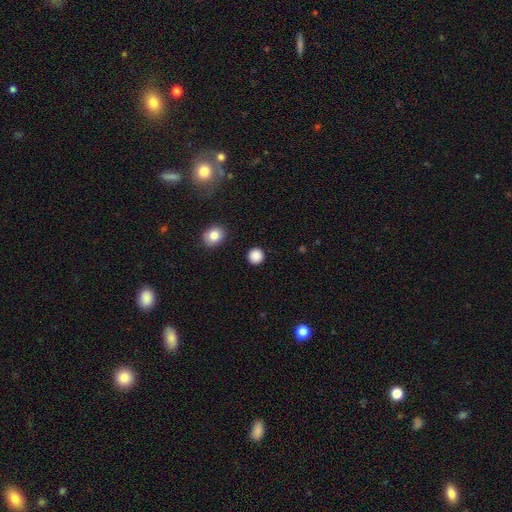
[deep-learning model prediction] Overall: smooth (87%). How rounded: round (93%). Merging: none (91%).